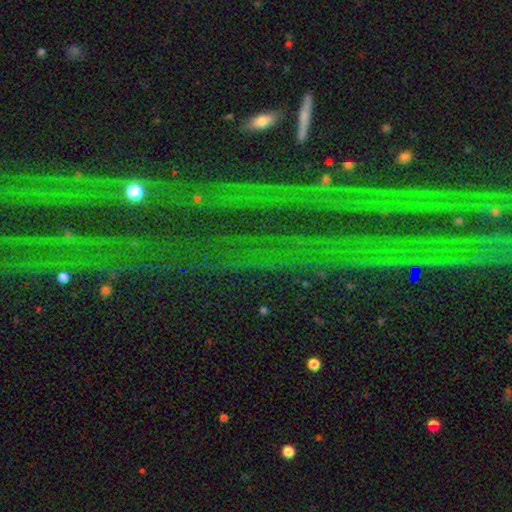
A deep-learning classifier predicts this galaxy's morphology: Q: Smooth or featured?
A: star or artifact (81%); runner-up: featured or disk (11%)